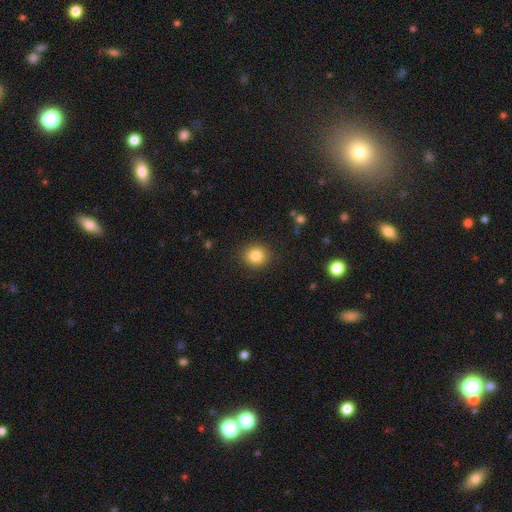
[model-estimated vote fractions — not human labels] Q: Smooth or featured?
A: smooth (83%); runner-up: star or artifact (11%)
Q: How rounded?
A: round (86%); runner-up: in between (13%)
Q: Merging?
A: none (89%); runner-up: minor disturbance (7%)